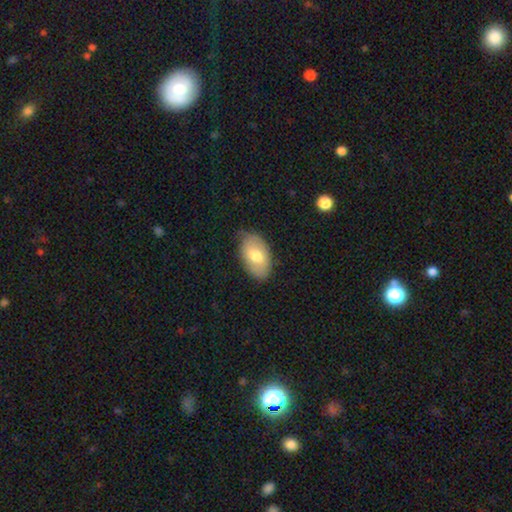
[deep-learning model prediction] smooth-or-featured: smooth: 70% | featured or disk: 24% | star or artifact: 6%
  how-rounded: in between: 93% | round: 5% | cigar-shaped: 1%
  merging: none: 77% | minor disturbance: 19% | major disturbance: 3% | merger: 1%